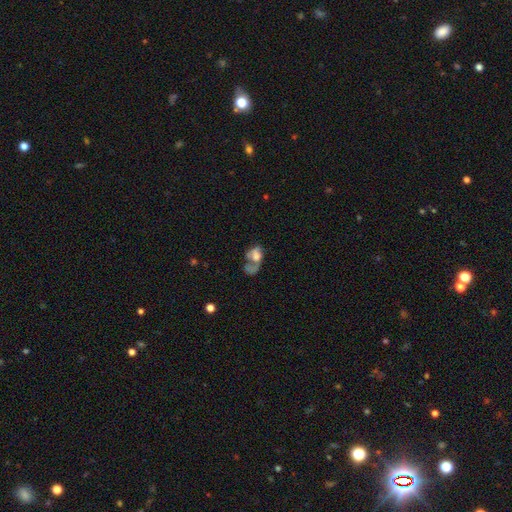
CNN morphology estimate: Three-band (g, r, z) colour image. It shows a featured or disk galaxy (46%). Merging: major disturbance (41%).